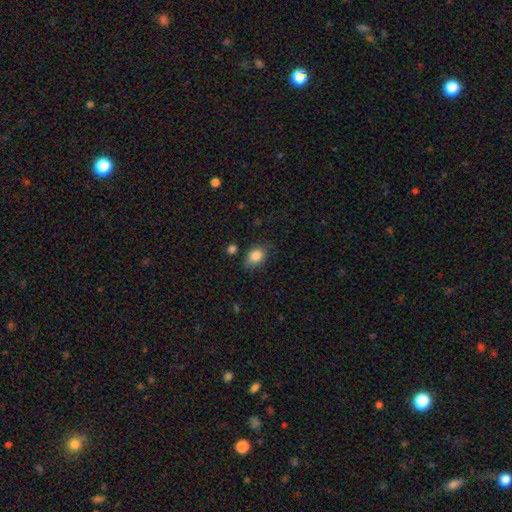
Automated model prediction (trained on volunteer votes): smooth_or_featured: smooth (p=0.86) [alt: star or artifact p=0.08]
how_rounded: in between (p=0.70) [alt: round p=0.29]
merging: none (p=0.71) [alt: minor disturbance p=0.21]